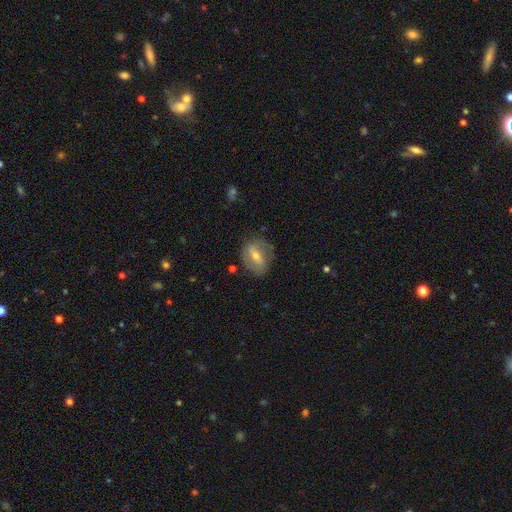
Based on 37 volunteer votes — smooth_or_featured: featured or disk (p=0.62) [alt: smooth p=0.35]
disk_edge_on: no (p=0.83) [alt: yes p=0.17]
bar: weak (p=0.42) [alt: no p=0.32]
has_spiral_arms: no (p=0.63) [alt: yes p=0.37]
bulge_size: small (p=0.68) [alt: moderate p=0.32]
merging: none (p=0.67) [alt: minor disturbance p=0.25]